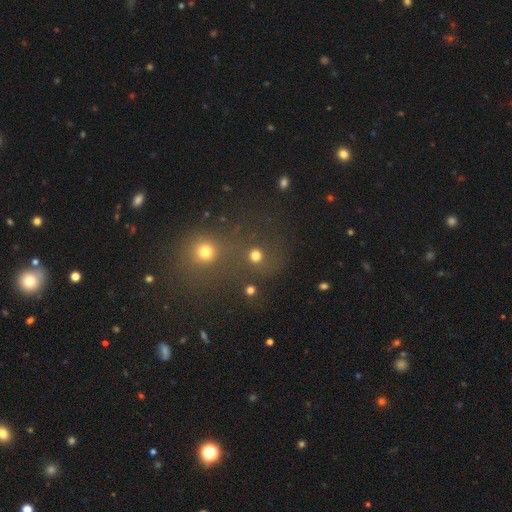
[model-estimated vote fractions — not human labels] The model was most divided on "merging": none: 62%, merger: 25%, minor disturbance: 7%, major disturbance: 6%. More confident: how rounded — round (90%); smooth or featured — smooth (72%).